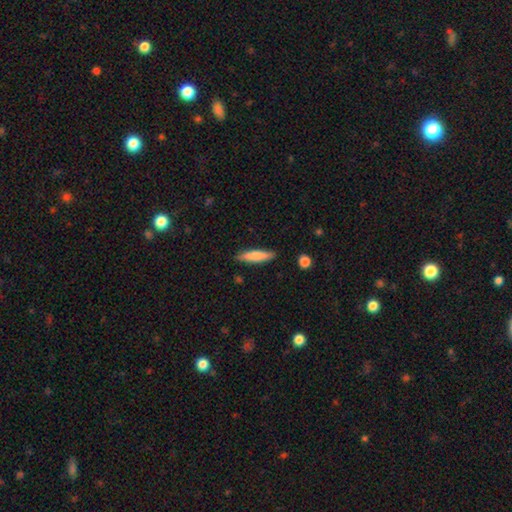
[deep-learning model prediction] A smooth galaxy with no disk features (78%) that is cigar-shaped (81%). Merging: none (87%).